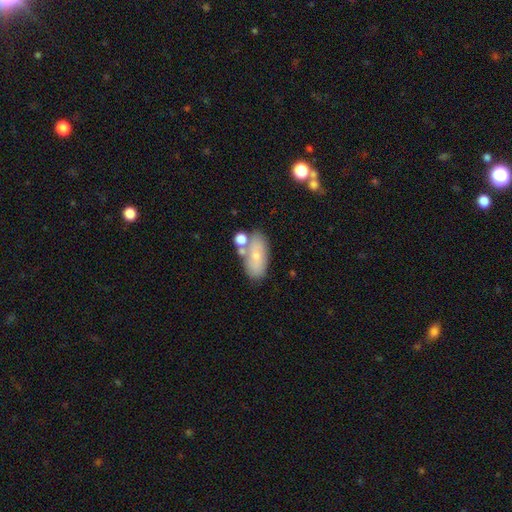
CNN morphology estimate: This is likely a smooth galaxy (66%). How rounded: clearly in between (88%). Merging: possibly none (57%).